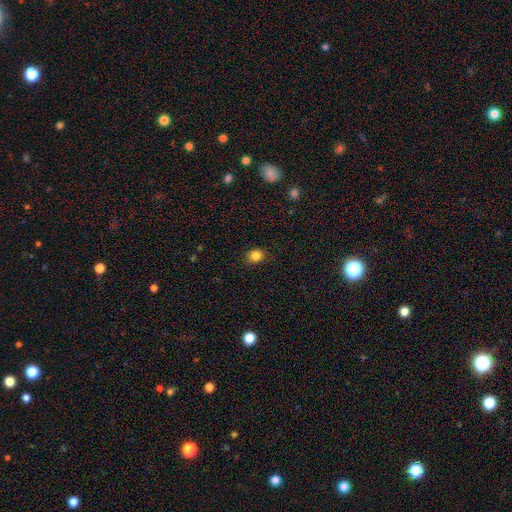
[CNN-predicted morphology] A smooth galaxy with no disk features (84%) that is round (68%).

Vote fractions:
- Smooth or featured? smooth: 84% / star or artifact: 11% / featured or disk: 4%
- How rounded? round: 68% / in between: 31% / cigar-shaped: 1%
- Merging? none: 87% / minor disturbance: 10% / major disturbance: 3% / merger: 1%